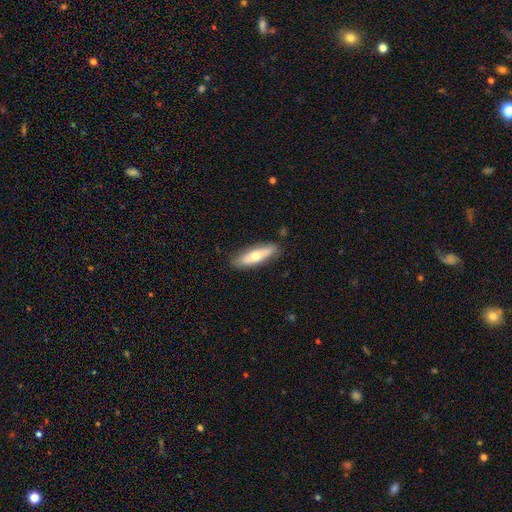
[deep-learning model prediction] The model was most divided on "how rounded": cigar-shaped: 53%, in between: 44%, round: 2%. More confident: merging — none (82%); smooth or featured — smooth (55%).